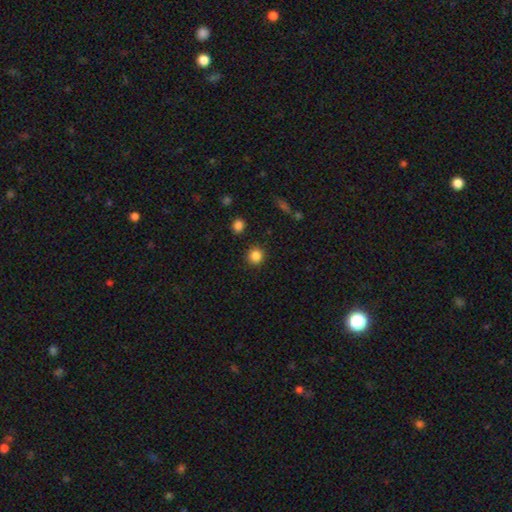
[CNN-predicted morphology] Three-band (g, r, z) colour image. It shows a smooth galaxy with no disk features (85%) that is round (91%). Merging: none (90%).